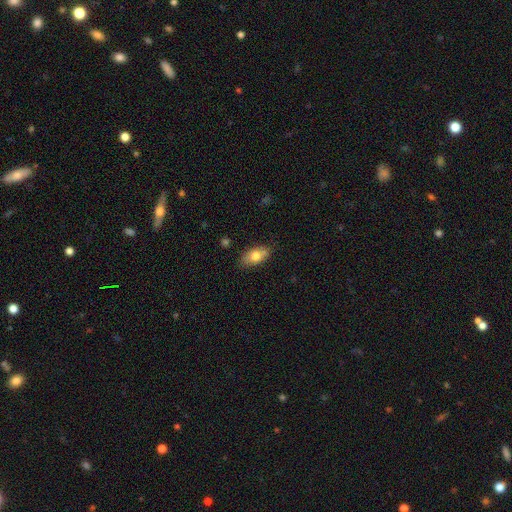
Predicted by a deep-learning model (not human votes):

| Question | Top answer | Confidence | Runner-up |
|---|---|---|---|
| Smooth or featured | smooth | 74% | featured or disk (19%) |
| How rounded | in between | 90% | round (6%) |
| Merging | none | 77% | minor disturbance (17%) |